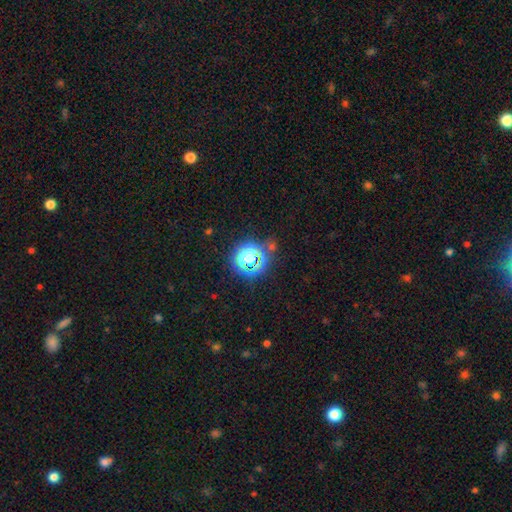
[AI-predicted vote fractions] Smooth or featured? star or artifact (68%)